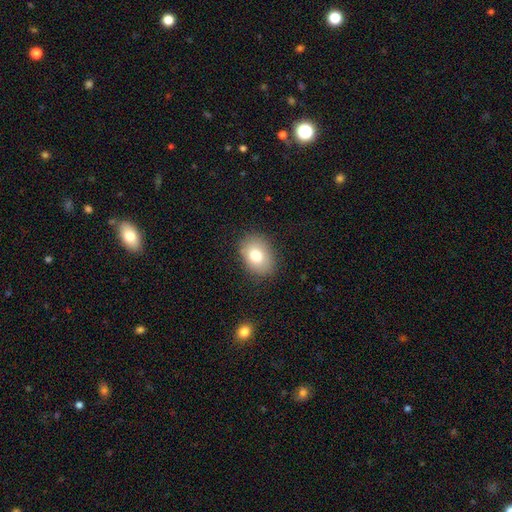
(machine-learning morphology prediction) Smooth or featured?
  - smooth: 77% *
  - featured or disk: 13%
  - star or artifact: 10%
How rounded?
  - in between: 73% *
  - round: 26%
  - cigar-shaped: 1%
Merging?
  - none: 85% *
  - minor disturbance: 11%
  - major disturbance: 3%
  - merger: 1%